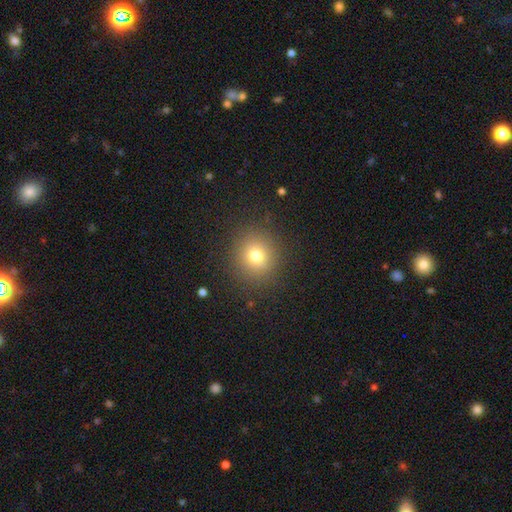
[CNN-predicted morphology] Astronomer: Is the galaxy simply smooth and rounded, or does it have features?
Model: smooth — 74%.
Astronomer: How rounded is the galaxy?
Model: round — 88%.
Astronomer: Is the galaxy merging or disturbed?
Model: none — 88%.